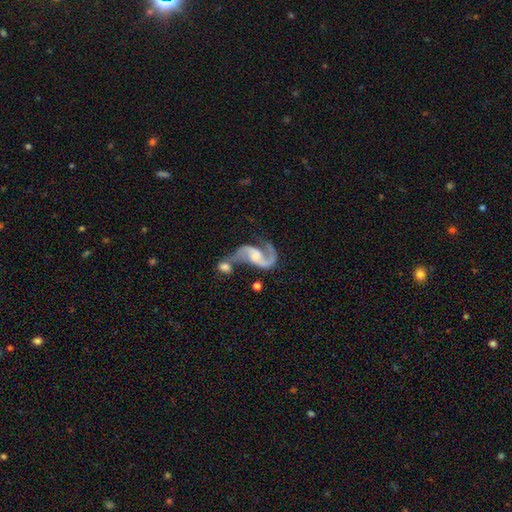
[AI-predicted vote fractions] This appears to be a featured or disk galaxy (90%) with a weak bar (44%), 2 (88%) loose (54%) spiral arms (96%) and a moderate central bulge (39%). Merging: merger (46%).